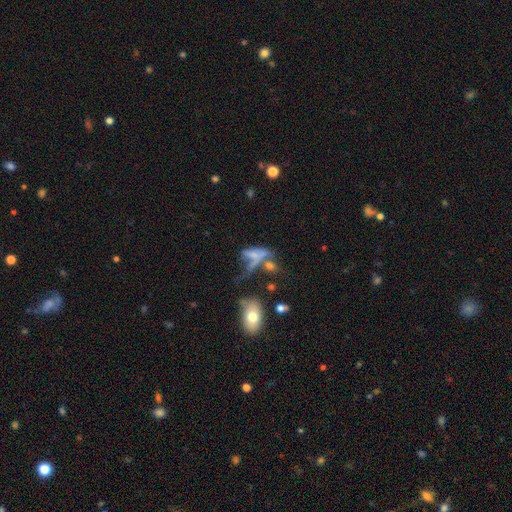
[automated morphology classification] The model was most divided on "merging": merger: 40%, major disturbance: 25%, none: 21%, minor disturbance: 14%. More confident: how rounded — in between (58%); smooth or featured — smooth (53%).